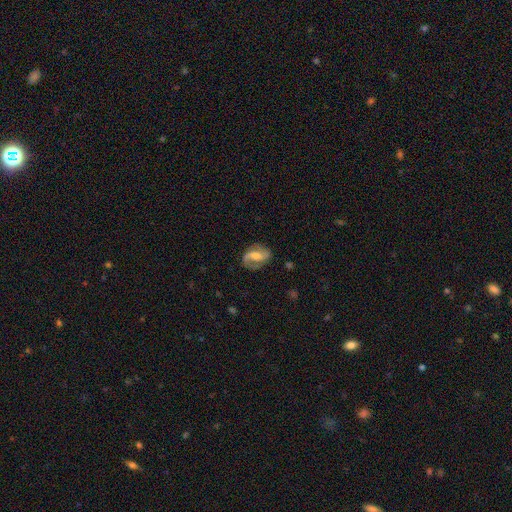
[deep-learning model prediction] The model was most divided on "bar": weak: 43%, strong: 35%, no: 22%. Remaining: edge-on disk — no (97%); spiral arms — yes (92%); spiral arm count — 2 (87%); smooth or featured — featured or disk (77%); merging — none (76%); bulge size — moderate (52%); spiral winding — medium (45%).